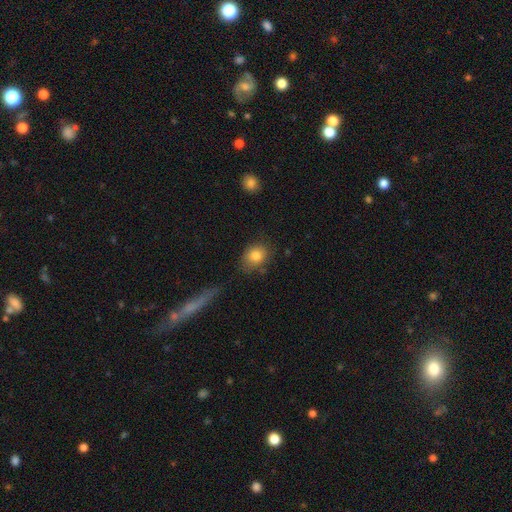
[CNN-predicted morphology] Smooth or featured? Predicted: smooth (p=0.82). How rounded? Predicted: round (p=0.50). Merging? Predicted: none (p=0.68).